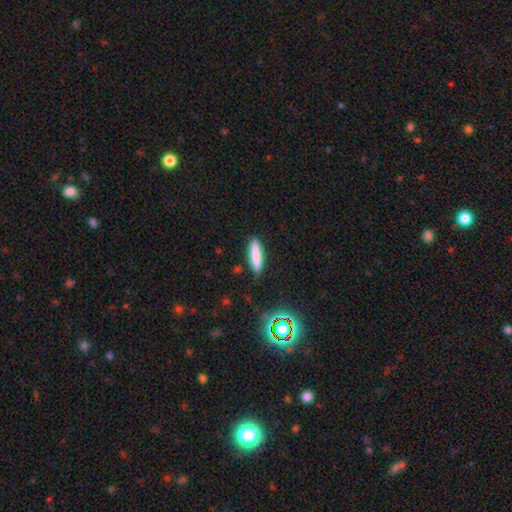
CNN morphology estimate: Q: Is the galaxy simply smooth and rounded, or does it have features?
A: smooth — 82%.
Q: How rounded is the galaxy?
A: cigar-shaped — 73%.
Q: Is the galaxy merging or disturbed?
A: none — 86%.